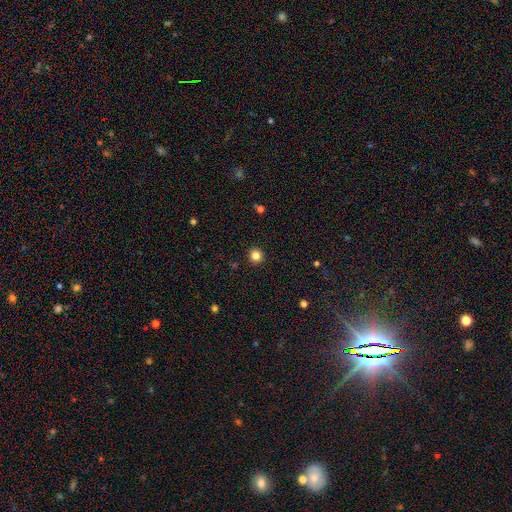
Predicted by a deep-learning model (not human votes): Smooth or featured? Predicted: smooth (p=0.83). How rounded? Predicted: round (p=0.95). Merging? Predicted: none (p=0.93).